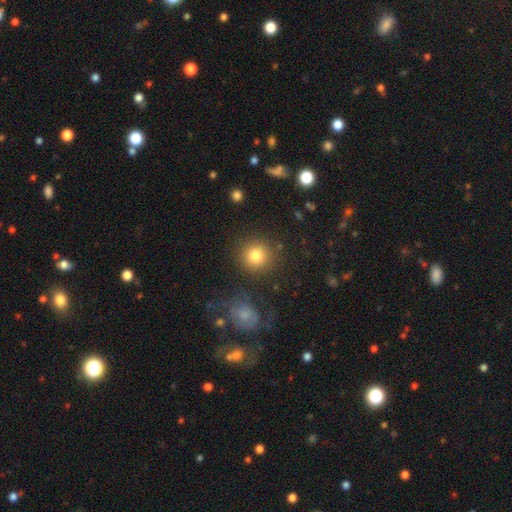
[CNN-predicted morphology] Q: Smooth or featured?
A: smooth (83%); runner-up: star or artifact (10%)
Q: How rounded?
A: round (92%); runner-up: in between (7%)
Q: Merging?
A: none (84%); runner-up: minor disturbance (8%)